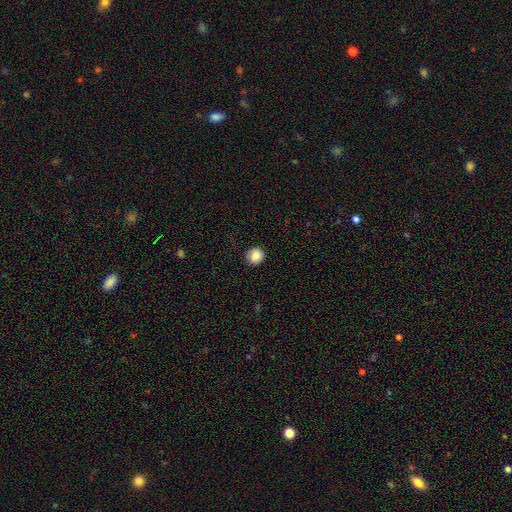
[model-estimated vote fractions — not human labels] A smooth galaxy with no disk features (86%) that is round (84%). Merging: none (81%).